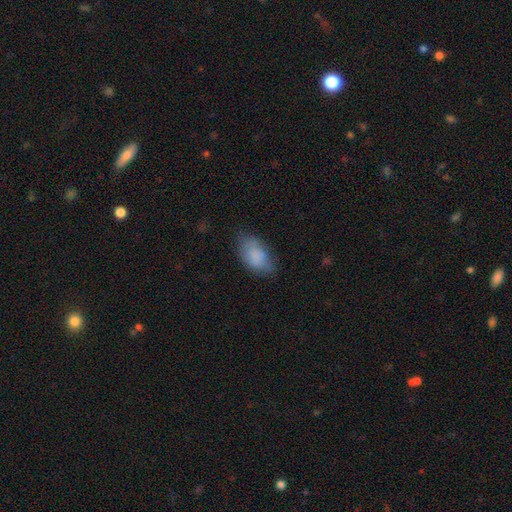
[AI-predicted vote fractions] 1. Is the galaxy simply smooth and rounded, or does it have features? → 82% smooth, 10% featured or disk, 8% star or artifact.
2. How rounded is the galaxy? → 93% in between, 5% round, 2% cigar-shaped.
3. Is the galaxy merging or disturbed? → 64% none, 26% minor disturbance, 8% major disturbance, 2% merger.